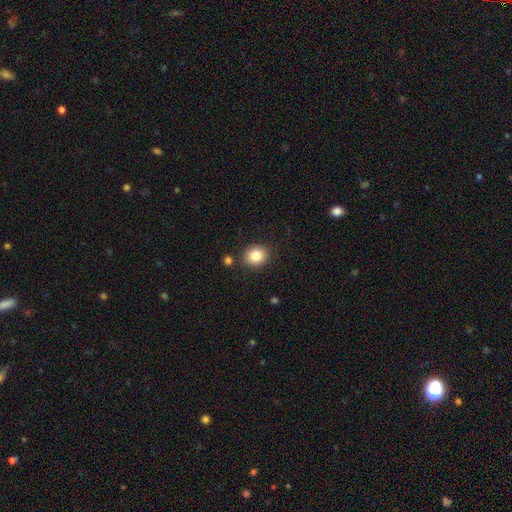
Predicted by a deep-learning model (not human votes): Q: Smooth or featured?
A: smooth (83%); runner-up: star or artifact (10%)
Q: How rounded?
A: round (67%); runner-up: in between (33%)
Q: Merging?
A: none (86%); runner-up: minor disturbance (8%)